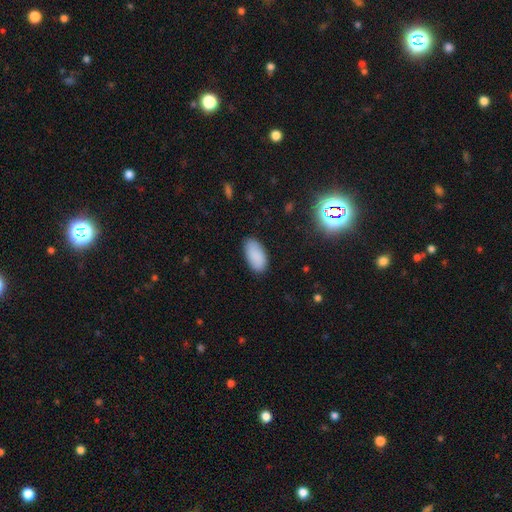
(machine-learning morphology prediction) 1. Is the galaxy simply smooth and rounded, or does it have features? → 88% smooth, 7% star or artifact, 5% featured or disk.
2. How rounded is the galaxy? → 95% in between, 3% cigar-shaped, 2% round.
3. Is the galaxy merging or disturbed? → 86% none, 10% minor disturbance, 2% major disturbance, 1% merger.